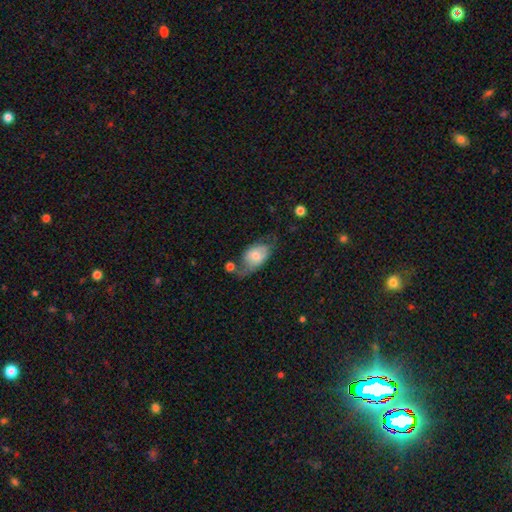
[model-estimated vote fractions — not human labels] Smooth or featured?
  - smooth: 60% *
  - featured or disk: 33%
  - star or artifact: 7%
How rounded?
  - in between: 85% *
  - round: 14%
  - cigar-shaped: 2%
Merging?
  - none: 34% *
  - minor disturbance: 30%
  - major disturbance: 25%
  - merger: 11%